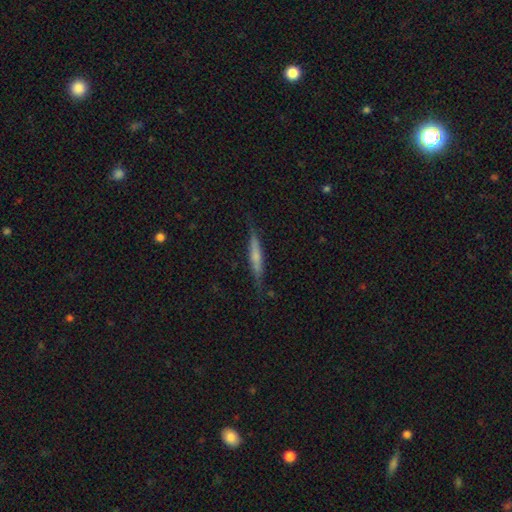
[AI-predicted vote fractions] This is possibly a smooth galaxy (48%). Merging: clearly none (82%).